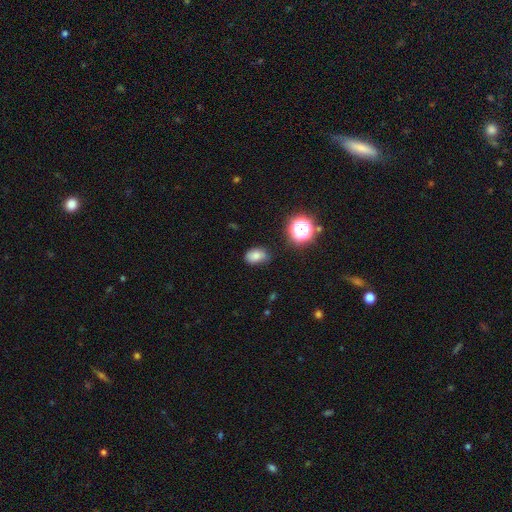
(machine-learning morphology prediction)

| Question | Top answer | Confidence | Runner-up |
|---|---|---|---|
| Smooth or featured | smooth | 77% | star or artifact (14%) |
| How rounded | in between | 79% | round (19%) |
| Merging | none | 64% | minor disturbance (28%) |